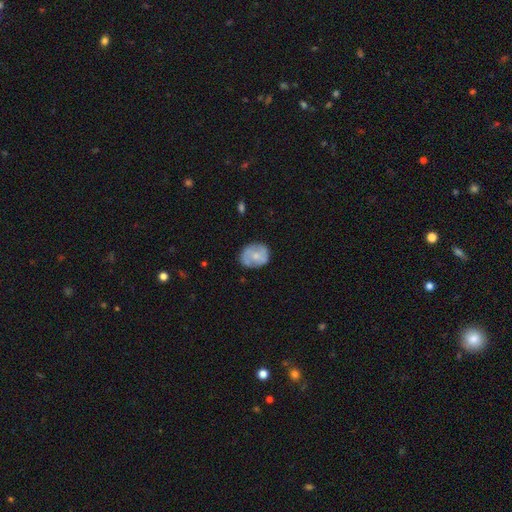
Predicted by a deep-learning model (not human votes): A smooth galaxy with no disk features (51%) that is round (59%).

Vote fractions:
- Smooth or featured? smooth: 51% / featured or disk: 42% / star or artifact: 7%
- How rounded? round: 59% / in between: 39% / cigar-shaped: 1%
- Merging? none: 70% / minor disturbance: 21% / major disturbance: 6% / merger: 2%